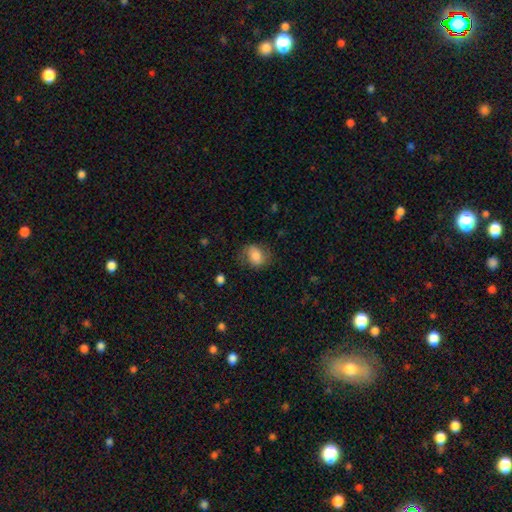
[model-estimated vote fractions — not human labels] This appears to be a smooth galaxy with no disk features (78%) that is in between round and cigar-shaped (61%). Merging: none (68%).